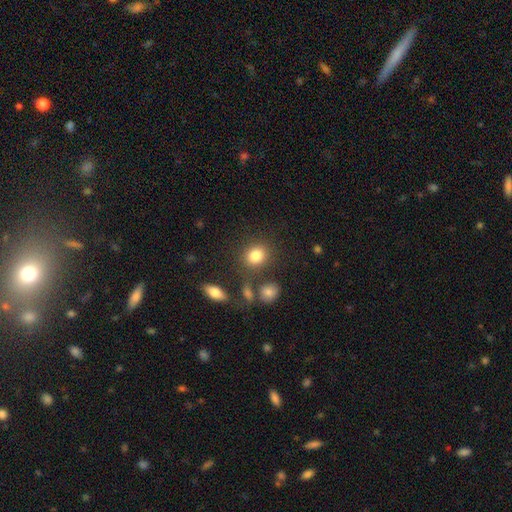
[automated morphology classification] This is clearly a smooth galaxy (82%). How rounded: likely round (64%). Merging: likely none (75%).